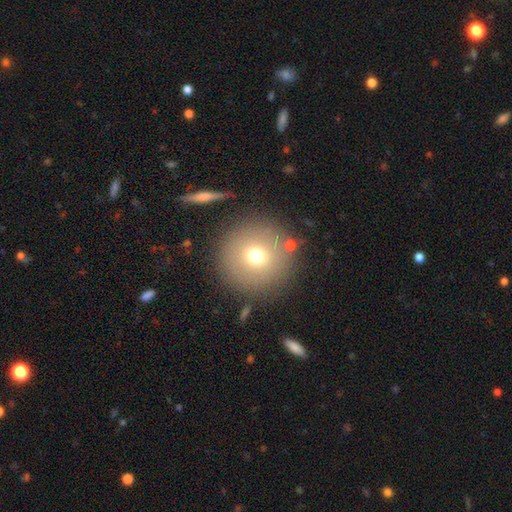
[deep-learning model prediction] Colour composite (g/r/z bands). It shows a smooth galaxy with no disk features (71%) that is round (96%). Merging: none (86%).